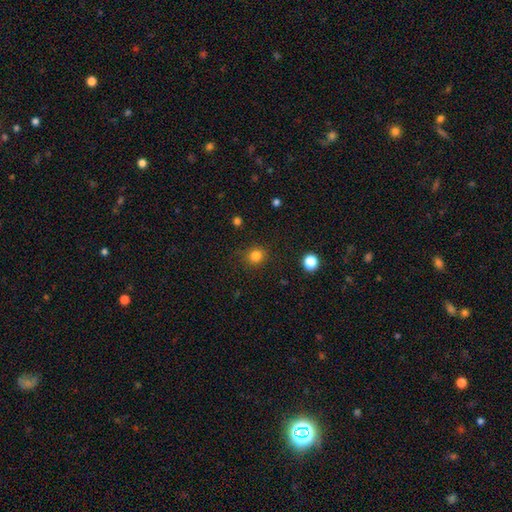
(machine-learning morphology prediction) The model was most divided on "smooth or featured": smooth: 83%, star or artifact: 13%, featured or disk: 4%. More confident: merging — none (87%); how rounded — round (85%).